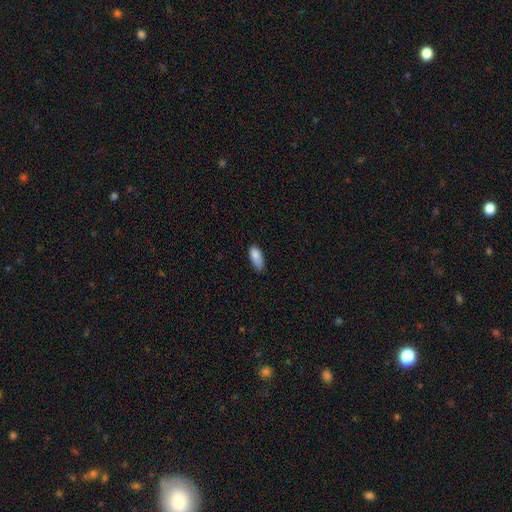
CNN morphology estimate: smooth 85%, star or artifact 8%, featured or disk 7%. Down the decision tree: how rounded — in between (82%); merging — none (56%).